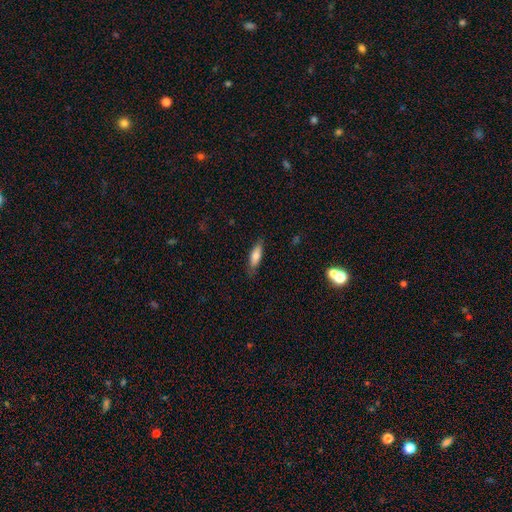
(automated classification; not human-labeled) Smooth or featured? Predicted: smooth (p=0.77). How rounded? Predicted: in between (p=0.54). Merging? Predicted: none (p=0.79).